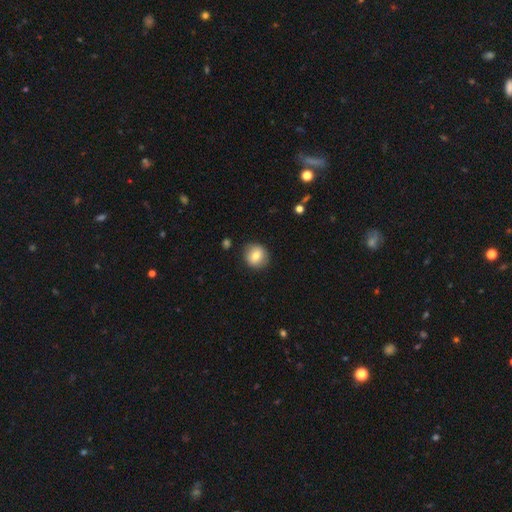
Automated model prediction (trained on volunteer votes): Smooth or featured: smooth — 75% (featured or disk — 17%)
How rounded: round — 89% (in between — 11%)
Merging: none — 87% (minor disturbance — 9%)